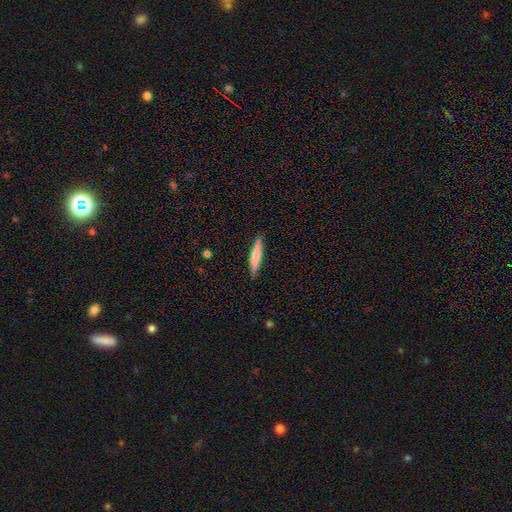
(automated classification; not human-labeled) This appears to be a smooth galaxy with no disk features (62%) that is cigar-shaped (90%). Merging: none (89%).